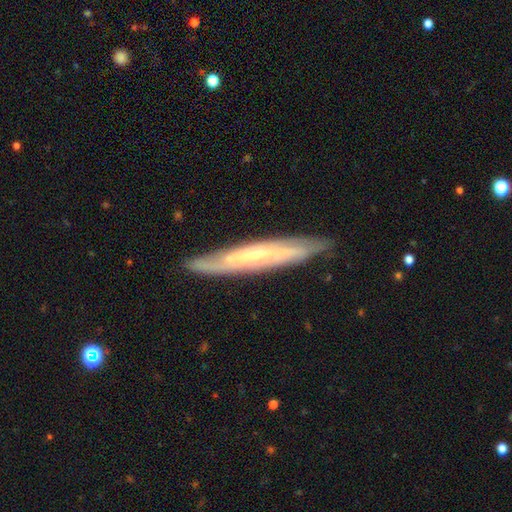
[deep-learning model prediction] Smooth or featured? featured or disk (68%)
Edge-on disk? yes (70%)
Merging? none (83%)